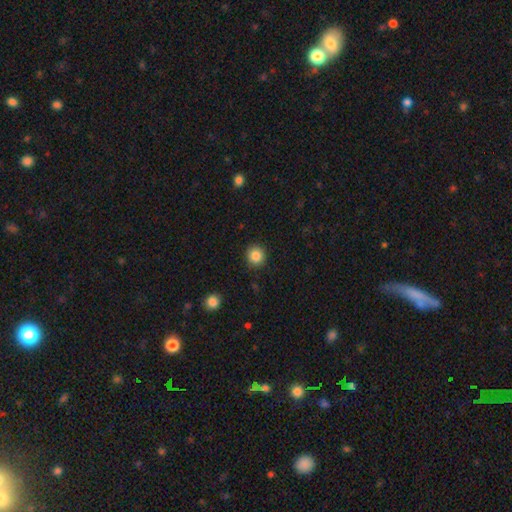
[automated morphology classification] The model was most divided on "smooth or featured": smooth: 86%, star or artifact: 10%, featured or disk: 4%. More confident: how rounded — round (92%); merging — none (90%).